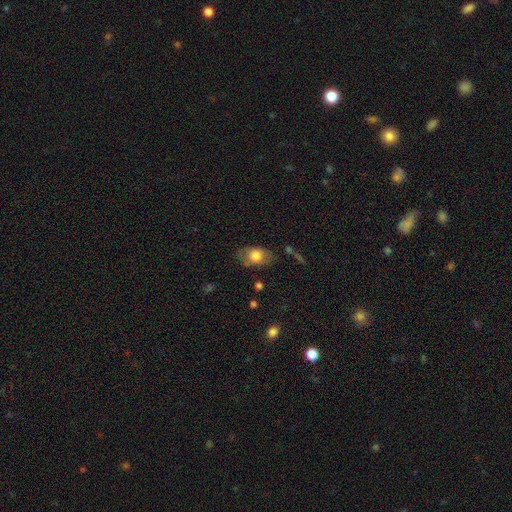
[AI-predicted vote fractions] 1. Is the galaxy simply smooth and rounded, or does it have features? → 73% smooth, 20% featured or disk, 7% star or artifact.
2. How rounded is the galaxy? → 88% in between, 10% round, 2% cigar-shaped.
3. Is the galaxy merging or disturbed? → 73% none, 20% minor disturbance, 5% major disturbance, 2% merger.